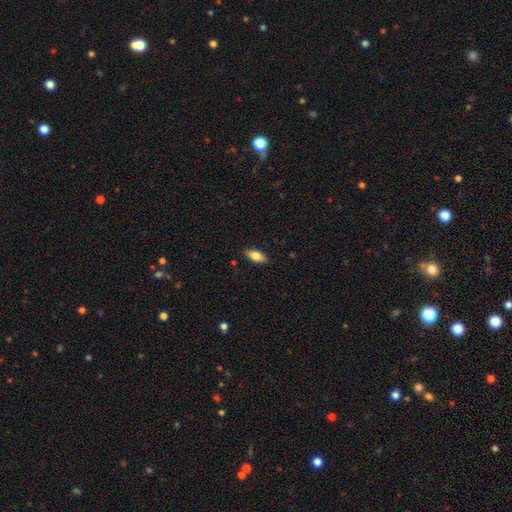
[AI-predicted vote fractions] This appears to be a smooth galaxy with no disk features (78%) that is in between round and cigar-shaped (86%). Merging: none (87%).